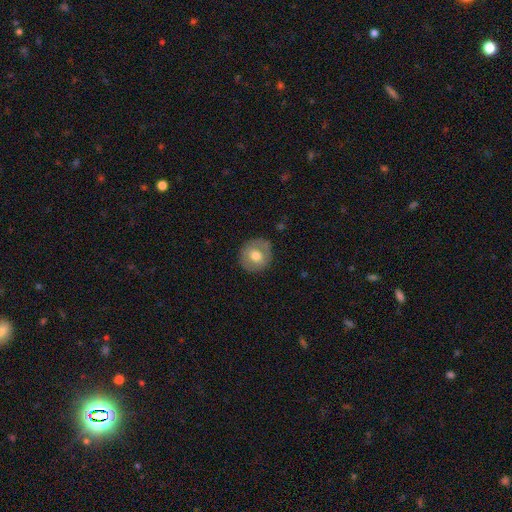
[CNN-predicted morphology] smooth 67%, featured or disk 26%, star or artifact 8%. Down the decision tree: how rounded — round (90%); merging — none (83%).